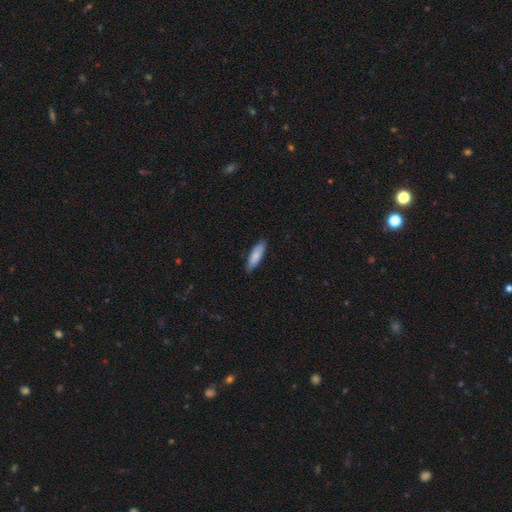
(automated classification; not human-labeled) The model was most divided on "how rounded": cigar-shaped: 52%, in between: 46%, round: 1%. More confident: smooth or featured — smooth (85%); merging — none (84%).